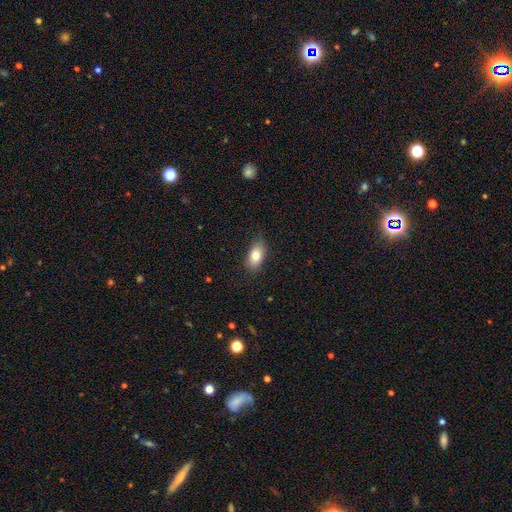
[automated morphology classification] This appears to be a smooth galaxy with no disk features (81%) that is in between round and cigar-shaped (89%). Merging: none (83%).